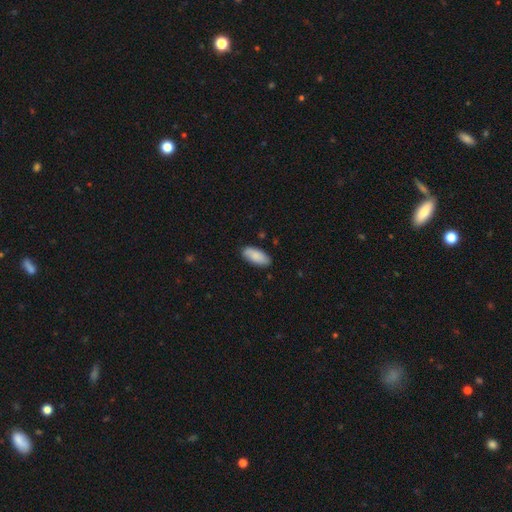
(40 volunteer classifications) Smooth or featured? 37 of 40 (92%) said smooth. How rounded? 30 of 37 (81%) said in between. Merging? 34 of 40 (85%) said none.